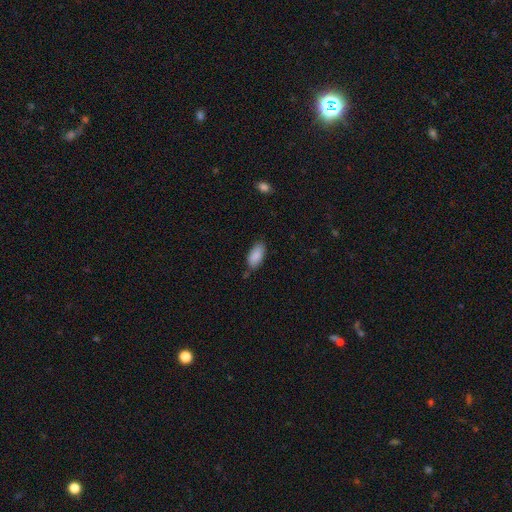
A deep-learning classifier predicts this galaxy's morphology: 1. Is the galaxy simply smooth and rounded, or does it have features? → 89% smooth, 7% star or artifact, 5% featured or disk.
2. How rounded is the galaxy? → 92% in between, 6% cigar-shaped, 2% round.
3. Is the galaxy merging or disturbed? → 72% none, 21% minor disturbance, 4% major disturbance, 3% merger.